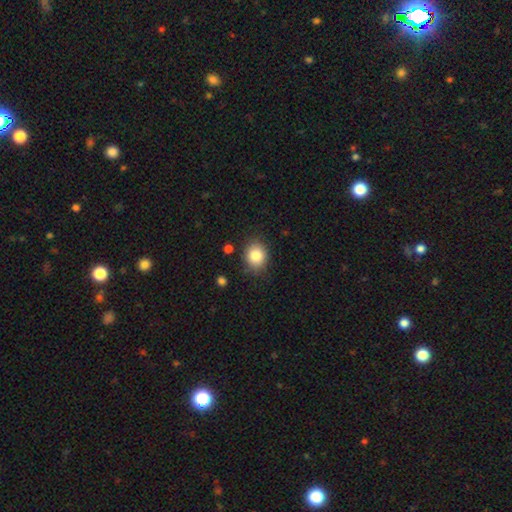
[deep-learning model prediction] A smooth galaxy with no disk features (84%) that is round (61%). Merging: none (82%).